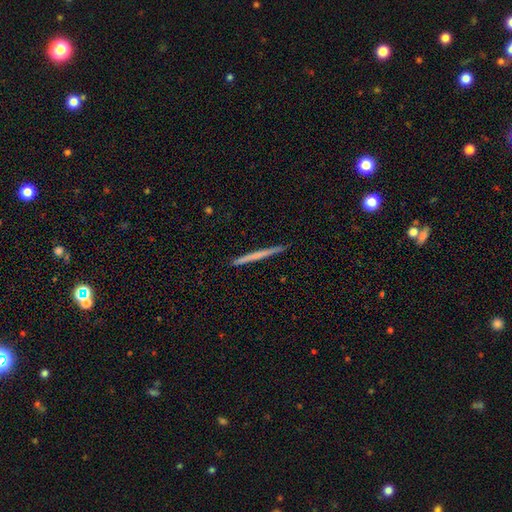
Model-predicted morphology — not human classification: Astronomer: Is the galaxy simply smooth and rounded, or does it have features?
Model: smooth — 51% (runner-up: featured or disk, 44%).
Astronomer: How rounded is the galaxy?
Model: cigar-shaped — 97%.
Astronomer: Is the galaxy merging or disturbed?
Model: none — 92%.